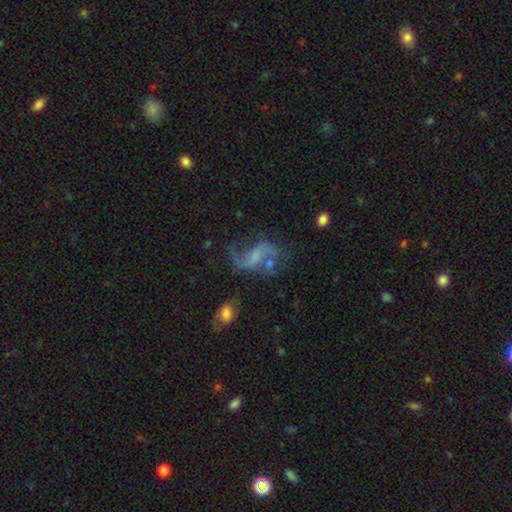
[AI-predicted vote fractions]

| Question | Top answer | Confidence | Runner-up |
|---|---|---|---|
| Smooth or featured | featured or disk | 78% | smooth (13%) |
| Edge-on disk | no | 97% | yes (3%) |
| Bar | no | 43% | weak (42%) |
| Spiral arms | yes | 90% | no (10%) |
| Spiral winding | loose | 77% | medium (19%) |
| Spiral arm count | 2 | 83% | 1 (10%) |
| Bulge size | none | 42% | small (35%) |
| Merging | none | 49% | major disturbance (22%) |